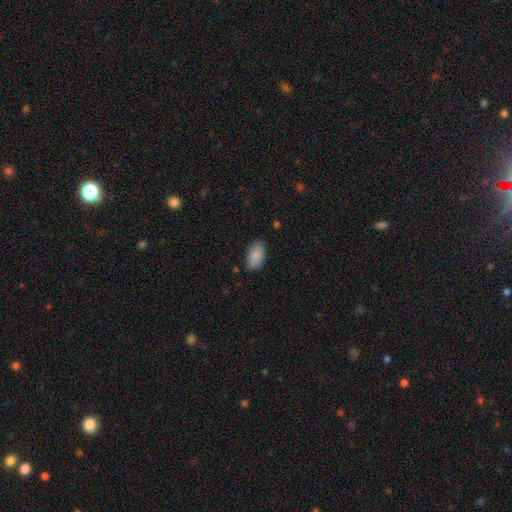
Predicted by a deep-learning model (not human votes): Smooth or featured: smooth — 88% (star or artifact — 6%)
How rounded: in between — 94% (round — 3%)
Merging: none — 82% (minor disturbance — 14%)